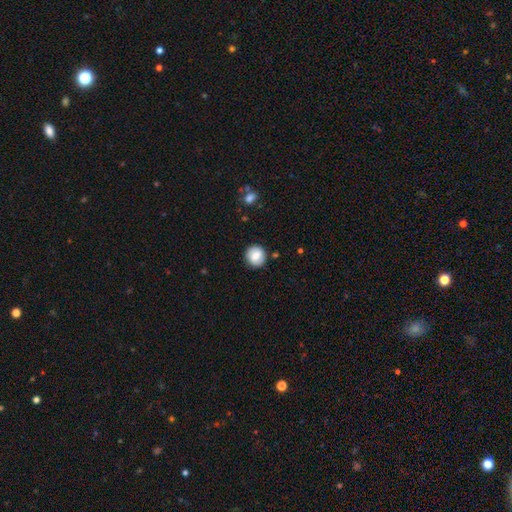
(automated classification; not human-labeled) Smooth or featured? smooth (74%)
How rounded? round (90%)
Merging? none (86%)